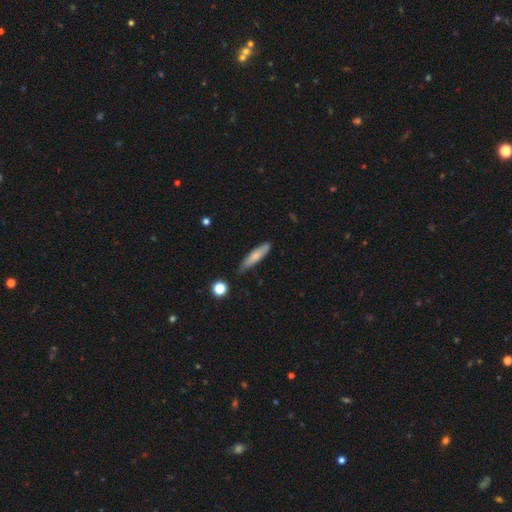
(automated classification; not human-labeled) This appears to be a smooth galaxy with no disk features (73%) that is cigar-shaped (78%). Merging: none (77%).